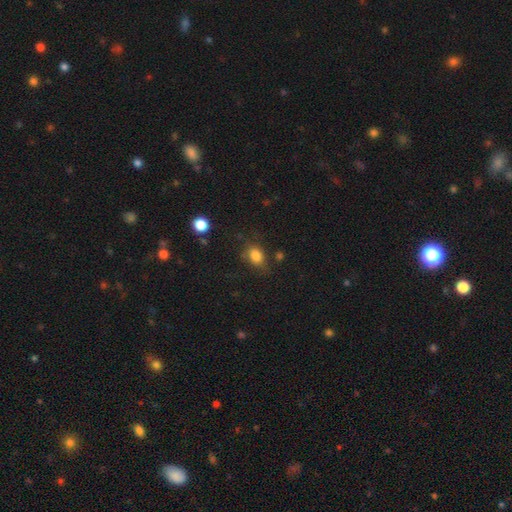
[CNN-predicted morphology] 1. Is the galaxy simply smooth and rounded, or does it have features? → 83% smooth, 10% star or artifact, 7% featured or disk.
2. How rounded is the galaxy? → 71% in between, 27% round, 2% cigar-shaped.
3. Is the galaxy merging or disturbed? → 68% none, 21% minor disturbance, 8% major disturbance, 3% merger.